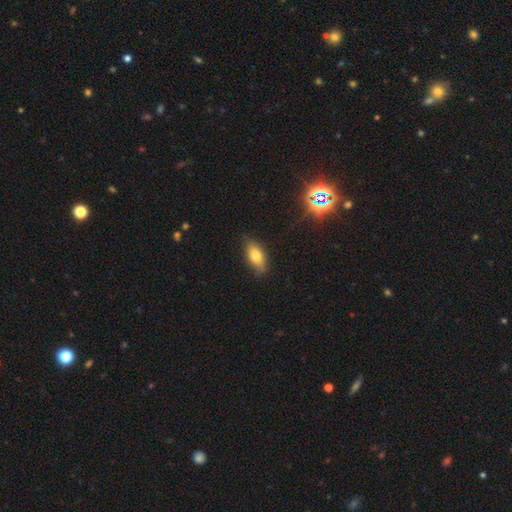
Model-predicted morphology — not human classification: Smooth or featured? smooth (74%)
How rounded? in between (86%)
Merging? none (76%)